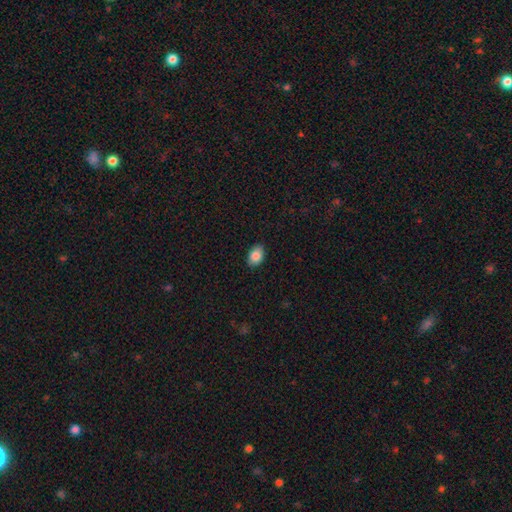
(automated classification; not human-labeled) This is clearly a smooth galaxy (86%). How rounded: clearly in between (87%). Merging: clearly none (88%).